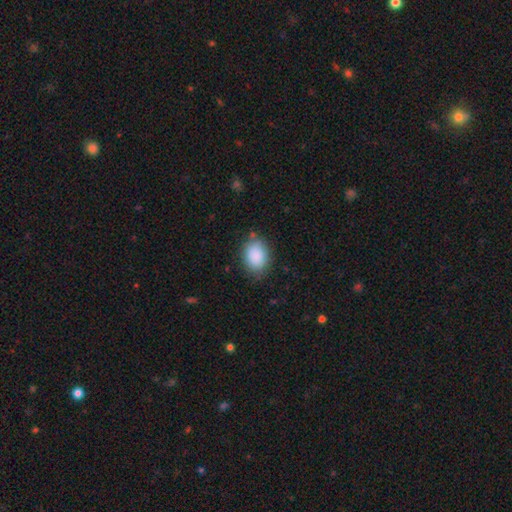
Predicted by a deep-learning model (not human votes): This appears to be a smooth galaxy with no disk features (89%) that is in between round and cigar-shaped (66%). Merging: none (80%).